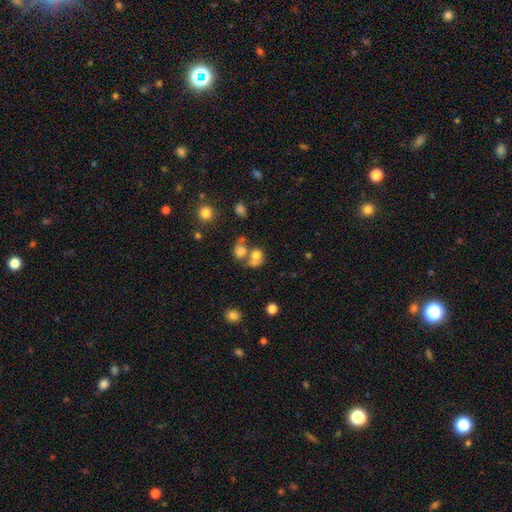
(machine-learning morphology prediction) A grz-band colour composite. It shows a smooth galaxy with no disk features (69%) that is round (67%). Merging: merger (53%).